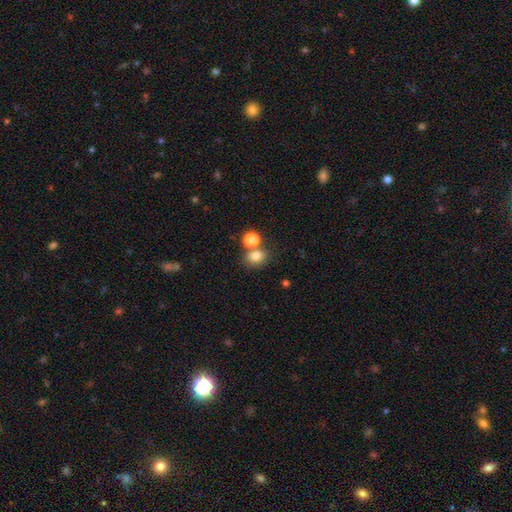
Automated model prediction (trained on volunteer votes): This appears to be a smooth galaxy with no disk features (79%) that is round (59%). Merging: none (59%).